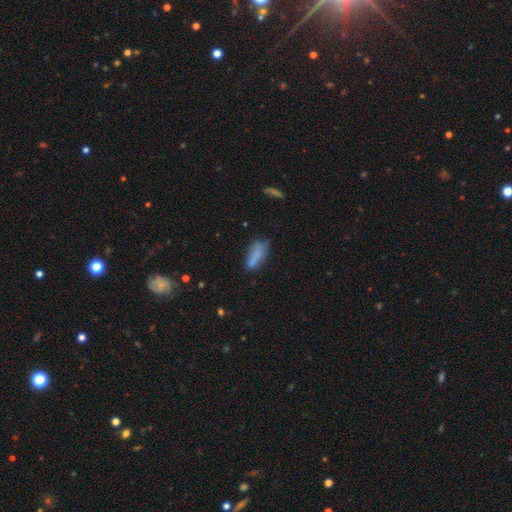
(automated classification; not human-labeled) Smooth or featured?
  - smooth: 75% *
  - featured or disk: 15%
  - star or artifact: 10%
How rounded?
  - in between: 58% *
  - cigar-shaped: 40%
  - round: 3%
Merging?
  - none: 50% *
  - minor disturbance: 31%
  - major disturbance: 14%
  - merger: 5%